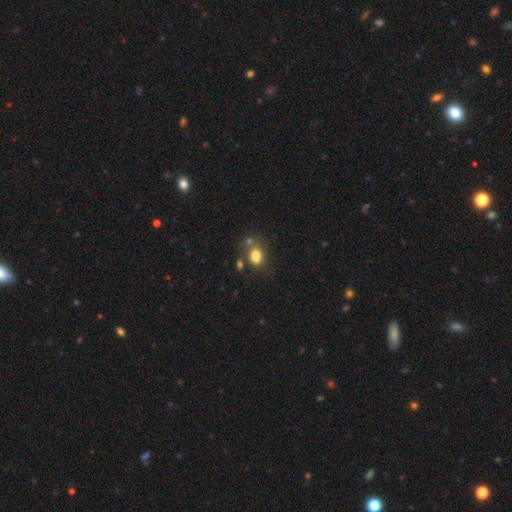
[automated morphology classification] type=smooth (79%); roundness=in between (65%); merging=none (50%).